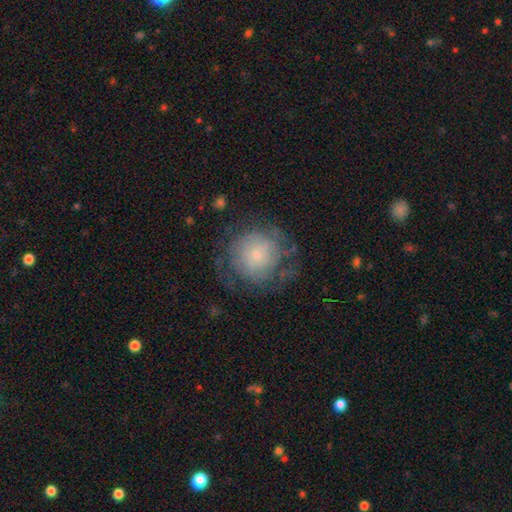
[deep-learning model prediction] smooth-or-featured: featured or disk: 48% | smooth: 43% | star or artifact: 9%
  merging: none: 60% | minor disturbance: 20% | major disturbance: 18% | merger: 2%